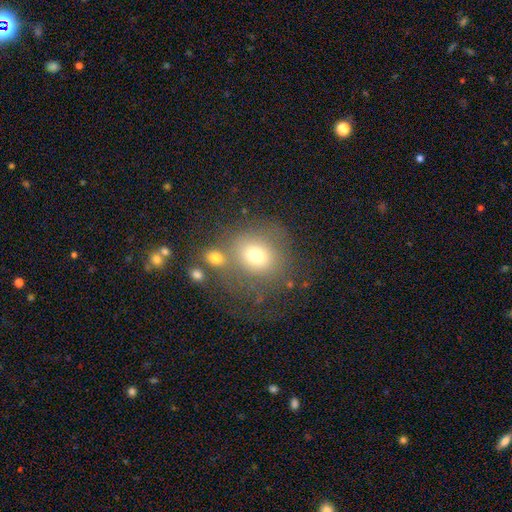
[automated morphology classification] This is likely a smooth galaxy (68%). How rounded: likely round (78%). Merging: possibly none (57%).